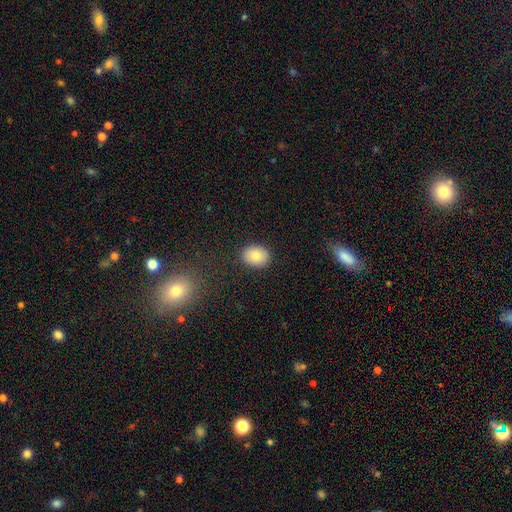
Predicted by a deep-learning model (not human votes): Smooth or featured? Predicted: smooth (p=0.82). How rounded? Predicted: in between (p=0.61). Merging? Predicted: none (p=0.89).